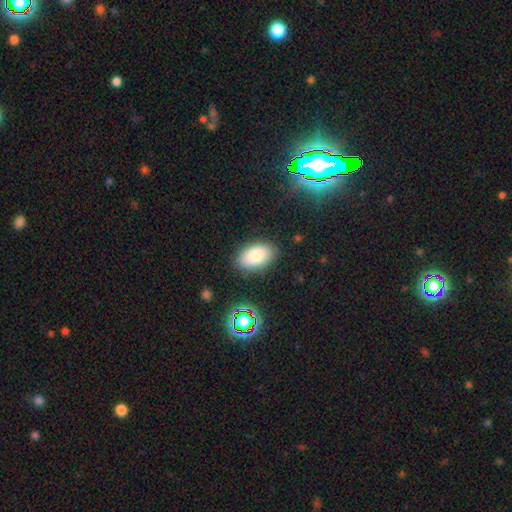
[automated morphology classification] smooth_or_featured: smooth (p=0.81) [alt: featured or disk p=0.10]
how_rounded: in between (p=0.93) [alt: round p=0.05]
merging: none (p=0.84) [alt: minor disturbance p=0.11]